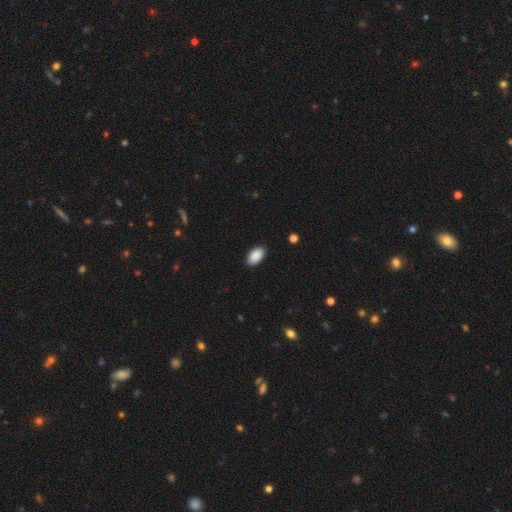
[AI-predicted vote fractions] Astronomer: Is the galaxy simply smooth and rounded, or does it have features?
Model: smooth — 90%.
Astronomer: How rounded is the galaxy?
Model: in between — 94%.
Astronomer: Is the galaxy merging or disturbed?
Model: none — 89%.